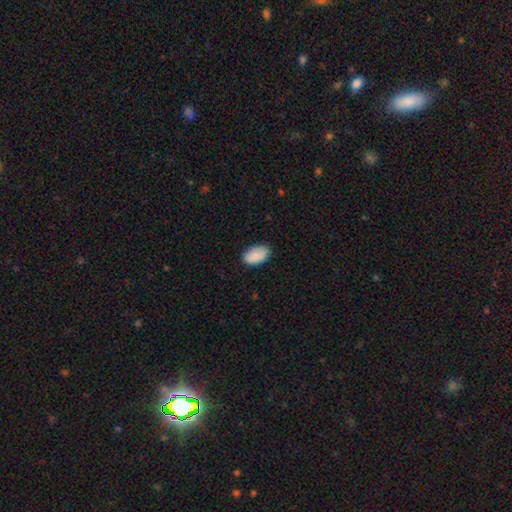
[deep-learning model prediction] Smooth or featured? Predicted: smooth (p=0.87). How rounded? Predicted: in between (p=0.94). Merging? Predicted: none (p=0.82).